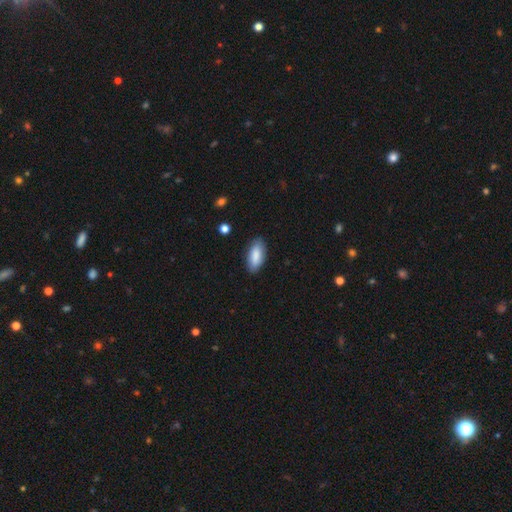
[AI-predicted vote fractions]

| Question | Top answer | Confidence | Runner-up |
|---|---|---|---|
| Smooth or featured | smooth | 86% | featured or disk (8%) |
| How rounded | in between | 84% | cigar-shaped (14%) |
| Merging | none | 85% | minor disturbance (11%) |